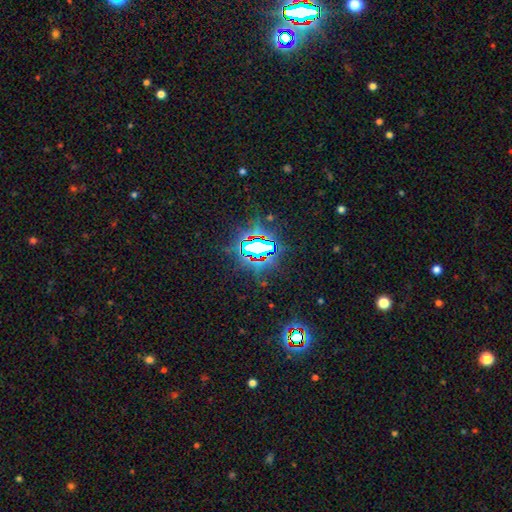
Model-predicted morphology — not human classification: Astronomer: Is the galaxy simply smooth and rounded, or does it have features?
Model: star or artifact — 77%.